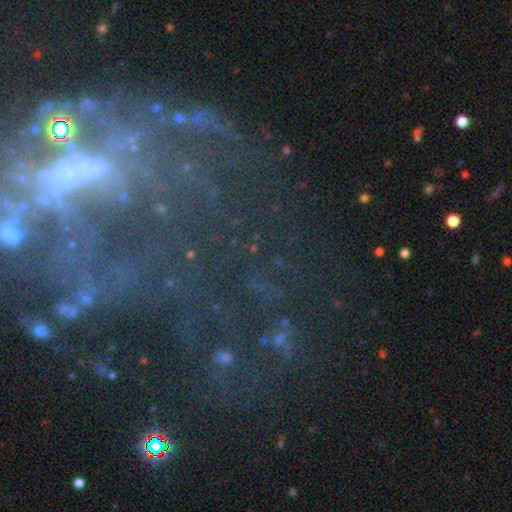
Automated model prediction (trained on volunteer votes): Morphology: type=featured or disk (55%); edge-on=no (94%); bar=no (62%); spiral arms=no (67%); bulge=none (47%); merging=none (41%).